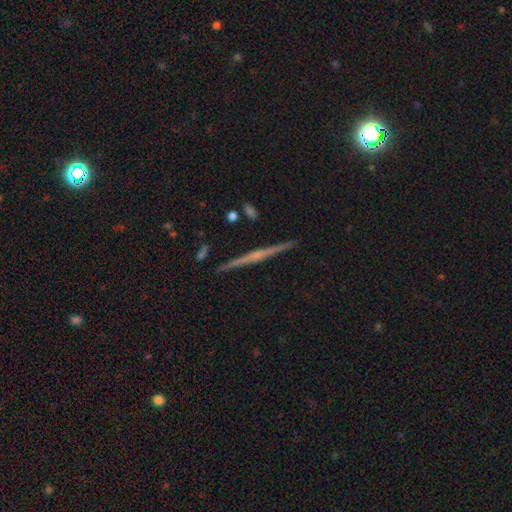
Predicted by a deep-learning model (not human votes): featured or disk 78%, smooth 15%, star or artifact 7%. Down the decision tree: edge-on disk — yes (98%); edge-on bulge — rounded (53%); merging — none (92%).